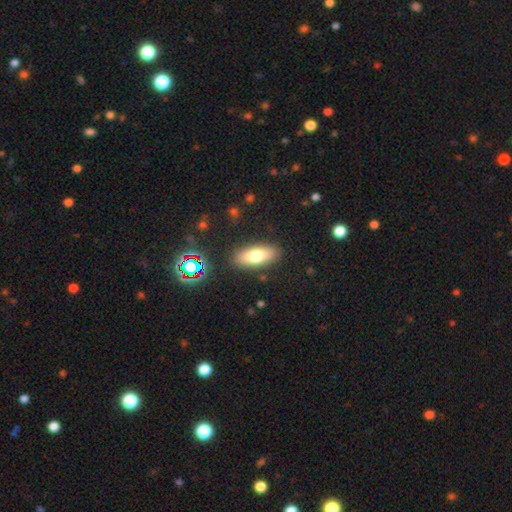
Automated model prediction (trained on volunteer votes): smooth_or_featured: smooth (p=0.70) [alt: featured or disk p=0.21]
how_rounded: in between (p=0.78) [alt: cigar-shaped p=0.18]
merging: none (p=0.86) [alt: minor disturbance p=0.09]